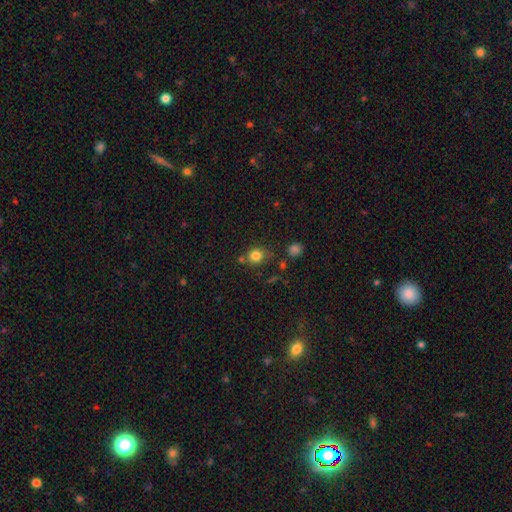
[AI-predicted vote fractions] A smooth galaxy with no disk features (81%) that is round (79%).

Vote fractions:
- Smooth or featured? smooth: 81% / star or artifact: 13% / featured or disk: 7%
- How rounded? round: 79% / in between: 20% / cigar-shaped: 1%
- Merging? none: 66% / minor disturbance: 17% / merger: 12% / major disturbance: 6%